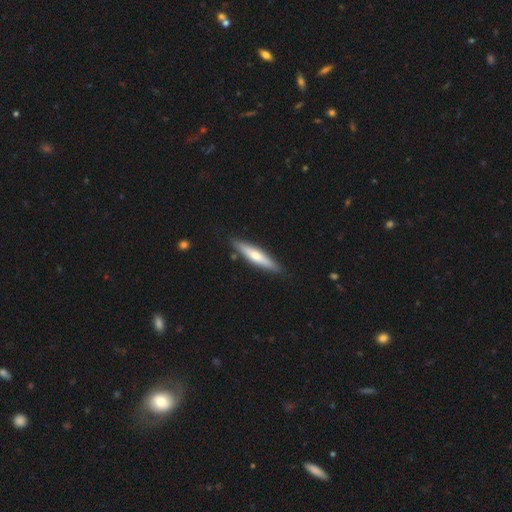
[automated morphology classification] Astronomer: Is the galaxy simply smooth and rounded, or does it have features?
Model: smooth — 50% (runner-up: featured or disk, 45%).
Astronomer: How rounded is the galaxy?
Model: cigar-shaped — 83%.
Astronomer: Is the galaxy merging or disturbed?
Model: none — 86%.